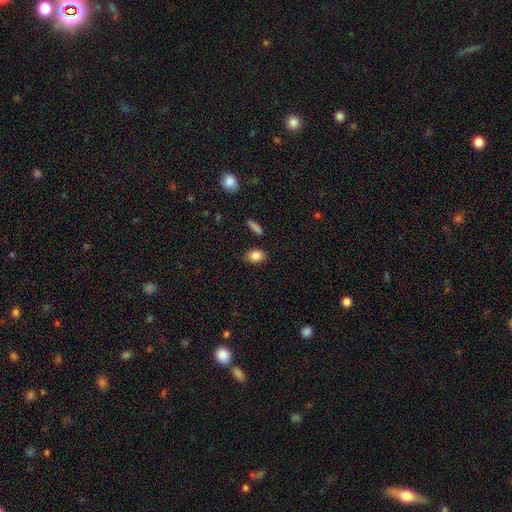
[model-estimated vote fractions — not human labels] This is clearly a smooth galaxy (85%). How rounded: likely in between (73%). Merging: clearly none (83%).